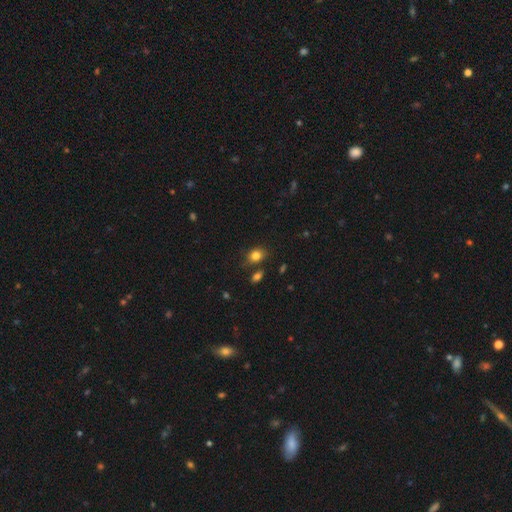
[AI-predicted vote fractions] Smooth or featured: smooth — 82% (star or artifact — 11%)
How rounded: in between — 61% (round — 38%)
Merging: none — 72% (minor disturbance — 15%)